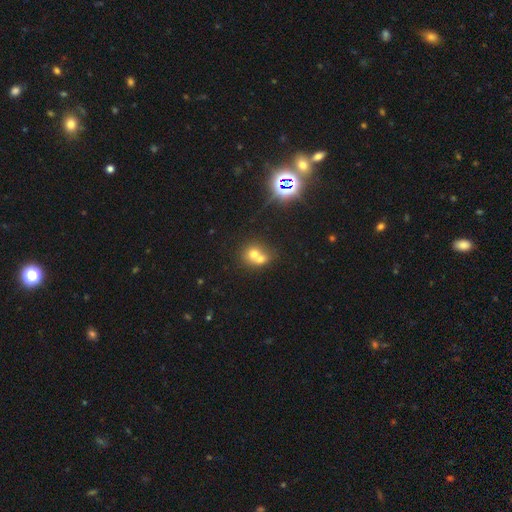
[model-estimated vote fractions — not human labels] smooth 63%, featured or disk 22%, star or artifact 14%. Down the decision tree: how rounded — round (73%); merging — merger (66%).